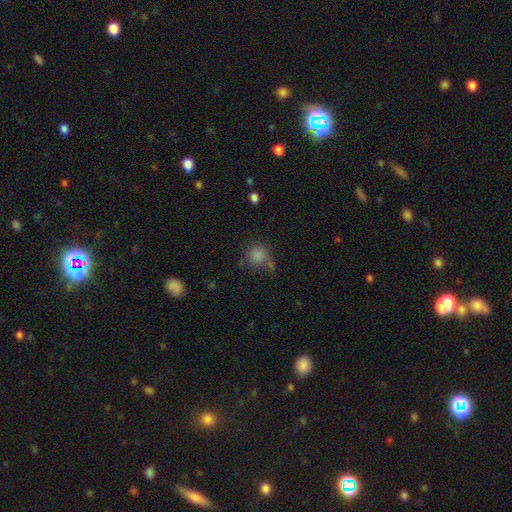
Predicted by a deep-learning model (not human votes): Q: Smooth or featured?
A: smooth (72%); runner-up: star or artifact (19%)
Q: How rounded?
A: round (86%); runner-up: in between (13%)
Q: Merging?
A: none (61%); runner-up: minor disturbance (20%)